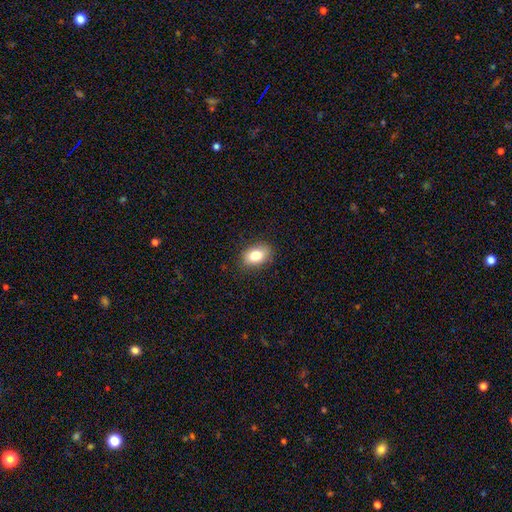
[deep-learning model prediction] Smooth or featured?
  - smooth: 80% *
  - featured or disk: 11%
  - star or artifact: 9%
How rounded?
  - in between: 80% *
  - round: 18%
  - cigar-shaped: 1%
Merging?
  - none: 85% *
  - minor disturbance: 11%
  - major disturbance: 3%
  - merger: 1%